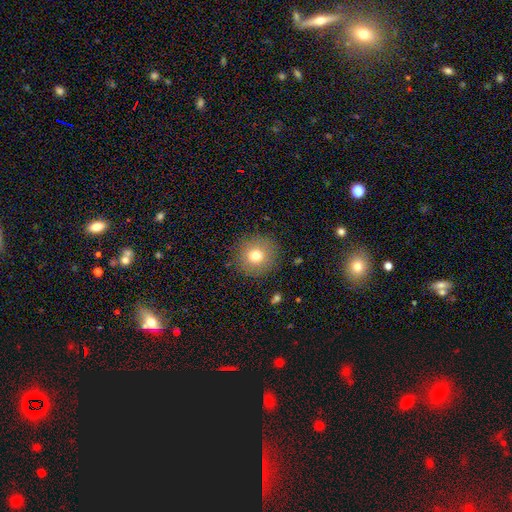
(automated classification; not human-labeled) The model was most divided on "smooth or featured": smooth: 74%, featured or disk: 13%, star or artifact: 13%. More confident: how rounded — round (93%); merging — none (88%).